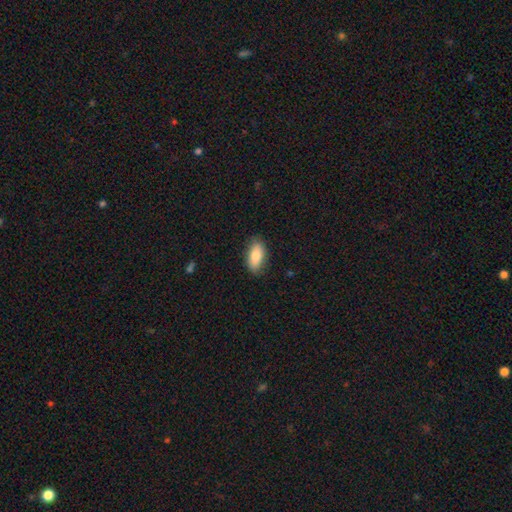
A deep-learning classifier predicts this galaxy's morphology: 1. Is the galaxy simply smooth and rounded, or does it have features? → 81% smooth, 13% featured or disk, 7% star or artifact.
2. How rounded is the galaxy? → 88% in between, 8% cigar-shaped, 3% round.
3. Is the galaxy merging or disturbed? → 84% none, 12% minor disturbance, 3% major disturbance, 1% merger.